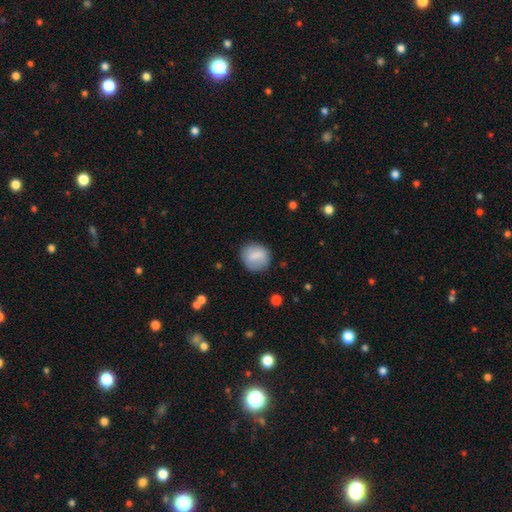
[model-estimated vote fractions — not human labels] smooth-or-featured: smooth: 78% | featured or disk: 14% | star or artifact: 7%
  how-rounded: round: 77% | in between: 22% | cigar-shaped: 1%
  merging: none: 79% | minor disturbance: 15% | major disturbance: 5% | merger: 2%